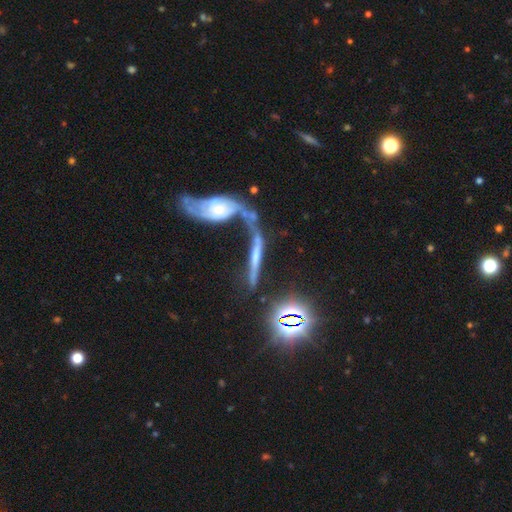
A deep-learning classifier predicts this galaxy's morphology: Smooth or featured: featured or disk — 64% (star or artifact — 19%)
Edge-on disk: yes — 55% (no — 45%)
Merging: merger — 48% (none — 30%)